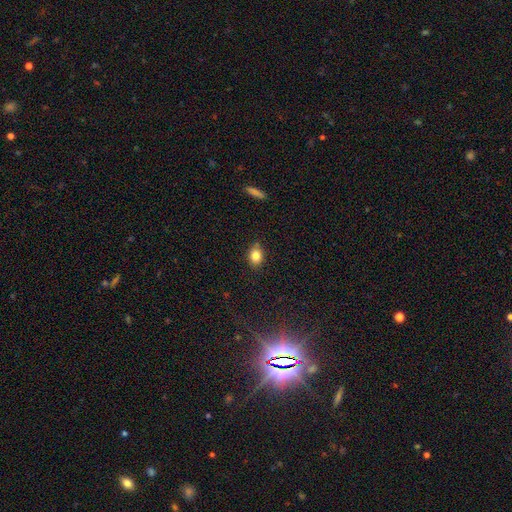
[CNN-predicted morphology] smooth-or-featured: smooth: 81% | star or artifact: 10% | featured or disk: 8%
  how-rounded: in between: 63% | round: 35% | cigar-shaped: 1%
  merging: none: 82% | minor disturbance: 13% | major disturbance: 3% | merger: 2%